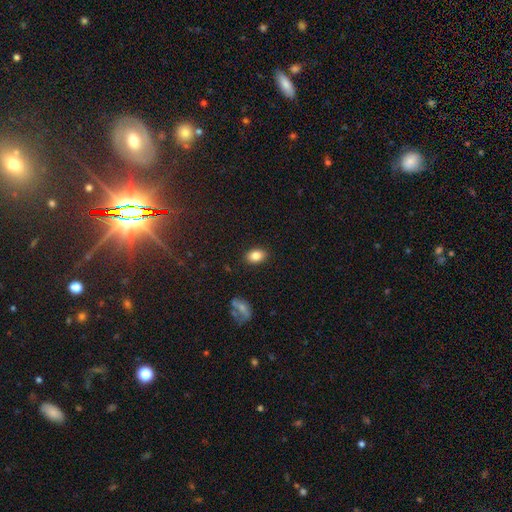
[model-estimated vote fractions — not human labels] This appears to be a smooth galaxy with no disk features (83%) that is in between round and cigar-shaped (81%). Merging: none (87%).